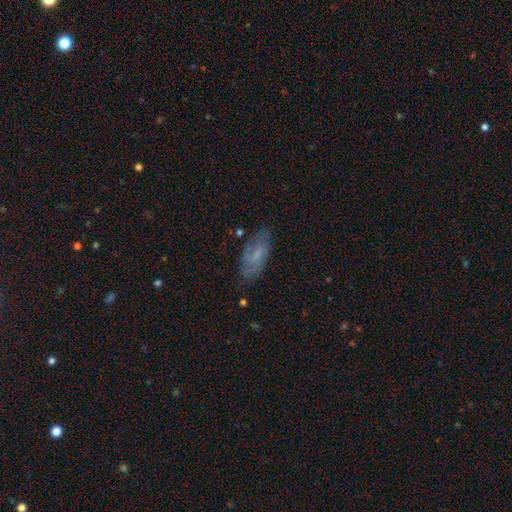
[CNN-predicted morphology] Smooth or featured?
  - featured or disk: 49% *
  - smooth: 42%
  - star or artifact: 10%
Merging?
  - none: 69% *
  - minor disturbance: 21%
  - major disturbance: 7%
  - merger: 2%